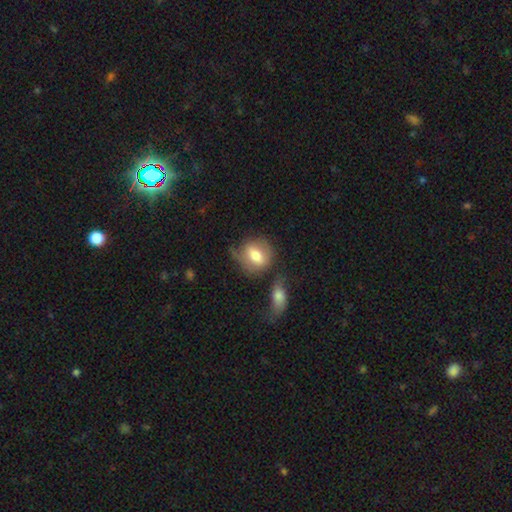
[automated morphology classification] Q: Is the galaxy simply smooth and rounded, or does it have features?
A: smooth — 65%.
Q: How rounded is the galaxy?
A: in between — 54%.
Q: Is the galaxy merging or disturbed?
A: none — 46%.